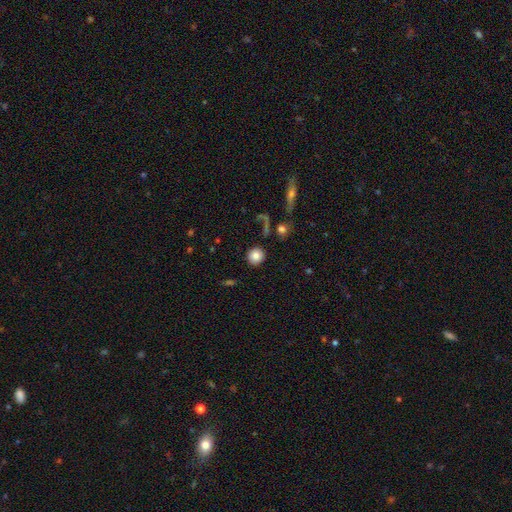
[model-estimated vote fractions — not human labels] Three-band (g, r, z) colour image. It shows a smooth galaxy with no disk features (83%) that is round (91%). Merging: none (88%).